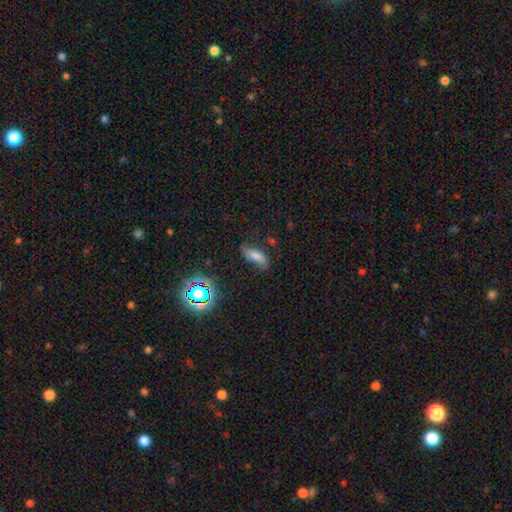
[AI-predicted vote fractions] A smooth galaxy with no disk features (54%) that is in between round and cigar-shaped (66%). Merging: none (61%).